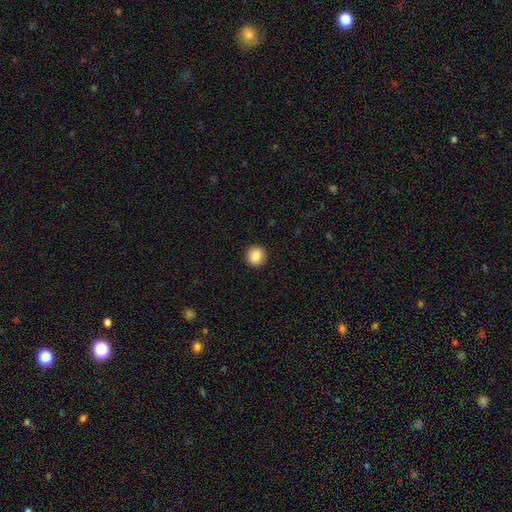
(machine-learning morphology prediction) The model was most divided on "how rounded": round: 86%, in between: 13%, cigar-shaped: 1%. More confident: merging — none (91%); smooth or featured — smooth (87%).